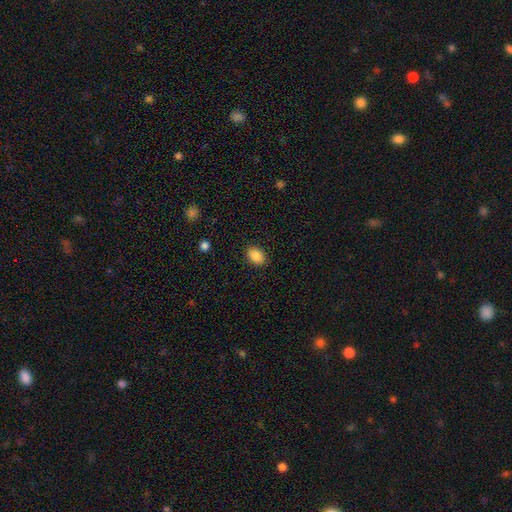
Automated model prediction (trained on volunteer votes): smooth 87%, star or artifact 8%, featured or disk 4%. Down the decision tree: how rounded — in between (84%); merging — none (88%).